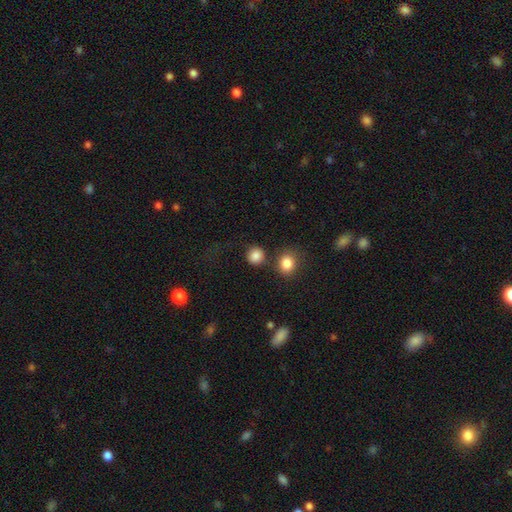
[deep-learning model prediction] Smooth or featured?
  - smooth: 86% *
  - star or artifact: 10%
  - featured or disk: 4%
How rounded?
  - round: 88% *
  - in between: 11%
  - cigar-shaped: 1%
Merging?
  - none: 76% *
  - merger: 11%
  - minor disturbance: 9%
  - major disturbance: 4%